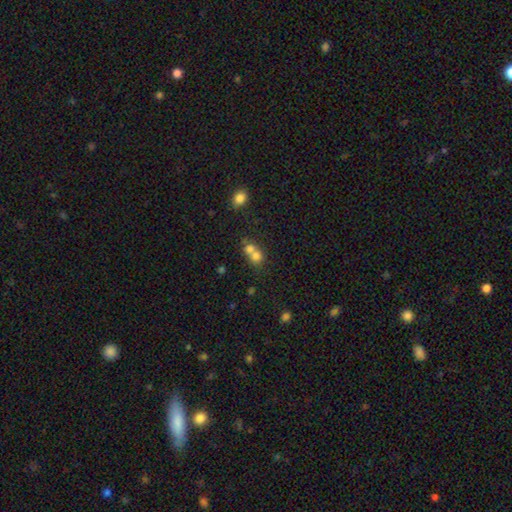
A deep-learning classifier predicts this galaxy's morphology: A smooth galaxy with no disk features (71%) that is round (76%). Merging: merger (65%).